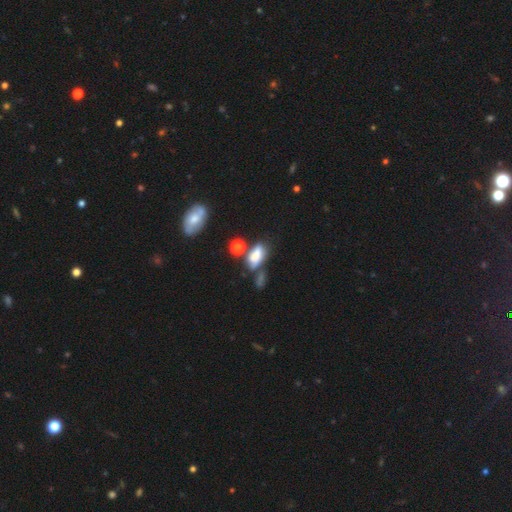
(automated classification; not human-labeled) Smooth or featured? smooth (68%)
How rounded? in between (83%)
Merging? none (35%)